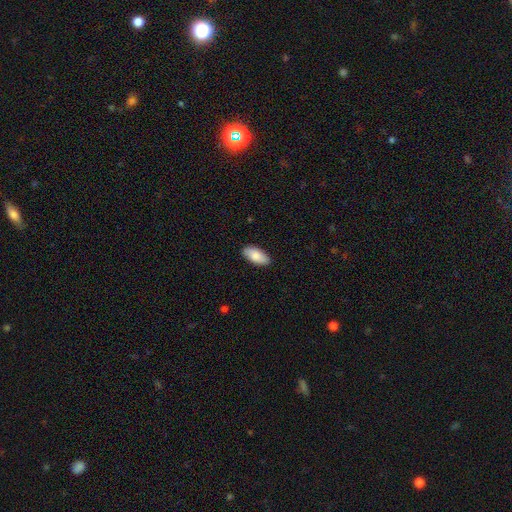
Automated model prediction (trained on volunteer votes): Smooth or featured: smooth — 85% (featured or disk — 9%)
How rounded: in between — 92% (cigar-shaped — 6%)
Merging: none — 88% (minor disturbance — 9%)